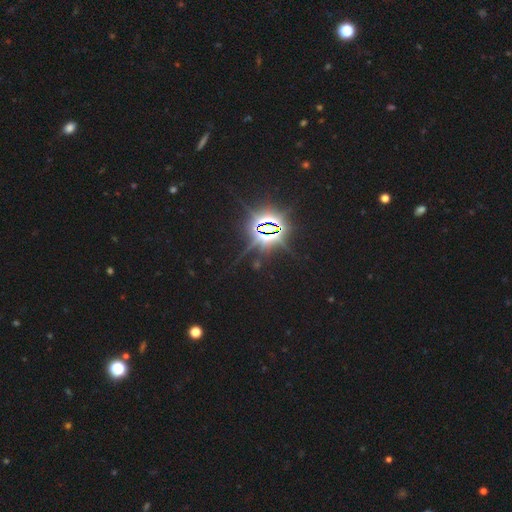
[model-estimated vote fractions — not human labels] Q: Smooth or featured?
A: star or artifact (85%); runner-up: smooth (9%)